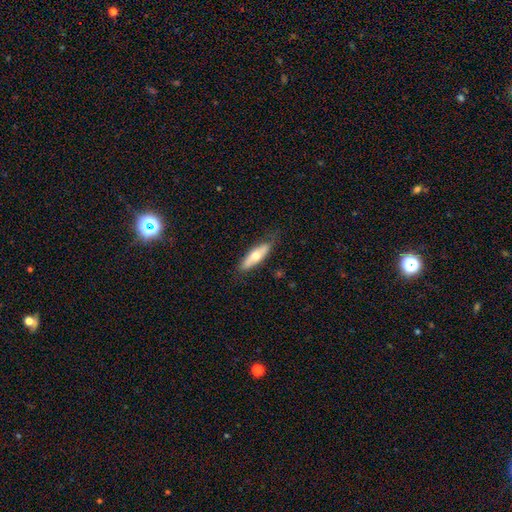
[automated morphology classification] Smooth or featured: smooth — 58% (featured or disk — 37%)
How rounded: cigar-shaped — 55% (in between — 43%)
Merging: none — 78% (minor disturbance — 17%)